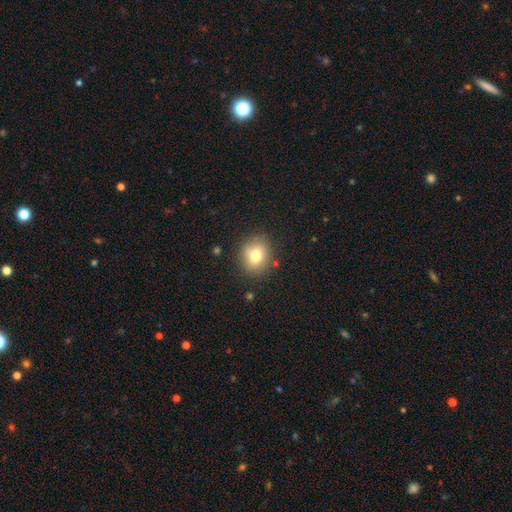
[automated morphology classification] This is likely a smooth galaxy (76%). How rounded: likely round (67%). Merging: clearly none (84%).